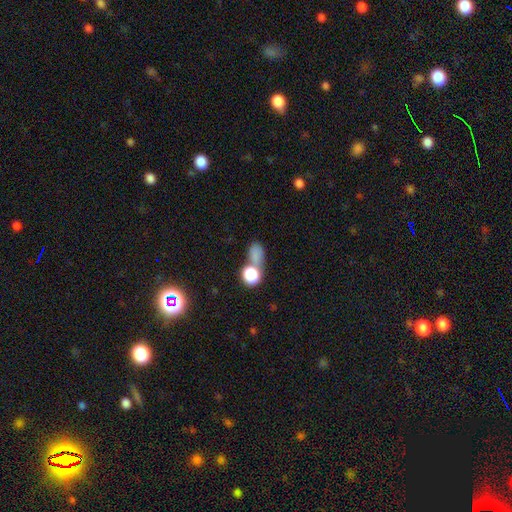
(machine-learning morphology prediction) Overall: smooth (72%). How rounded: in between (58%; round 38%). Merging: merger (41%; none 39%).